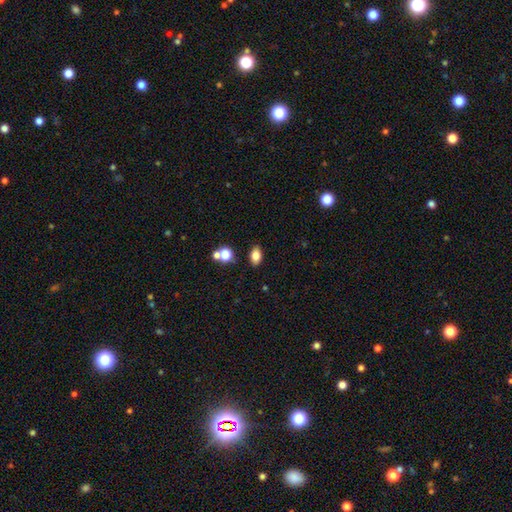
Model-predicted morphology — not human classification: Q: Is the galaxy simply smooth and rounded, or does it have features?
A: smooth — 80%.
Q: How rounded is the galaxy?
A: in between — 85%.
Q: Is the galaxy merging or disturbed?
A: none — 84%.